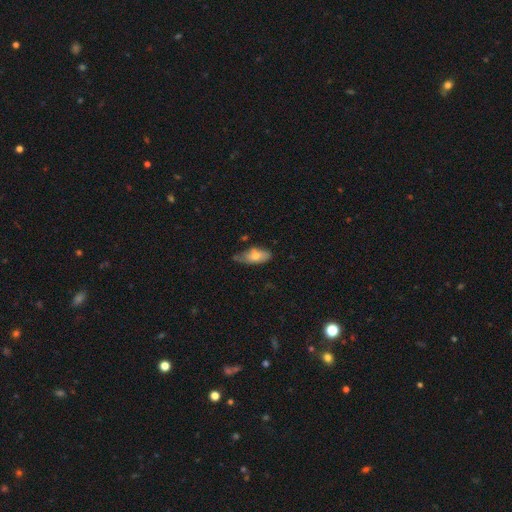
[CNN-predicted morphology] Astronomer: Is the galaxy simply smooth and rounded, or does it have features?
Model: smooth — 72%.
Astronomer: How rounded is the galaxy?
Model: in between — 84%.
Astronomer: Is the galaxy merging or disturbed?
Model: none — 49% (runner-up: minor disturbance, 38%).